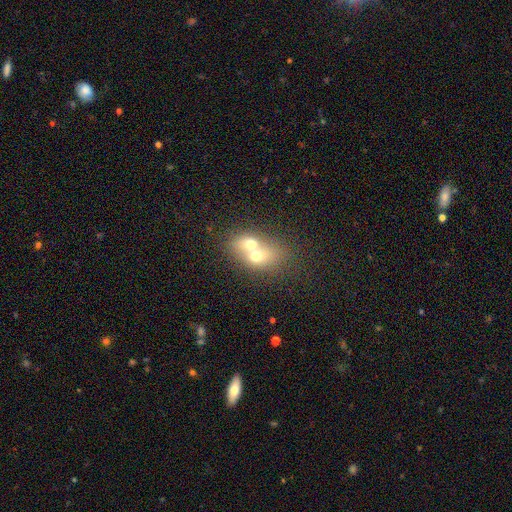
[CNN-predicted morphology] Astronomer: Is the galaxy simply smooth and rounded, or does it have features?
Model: smooth — 59%.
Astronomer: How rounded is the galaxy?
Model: in between — 60% (runner-up: round, 37%).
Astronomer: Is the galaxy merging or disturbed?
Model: merger — 73%.